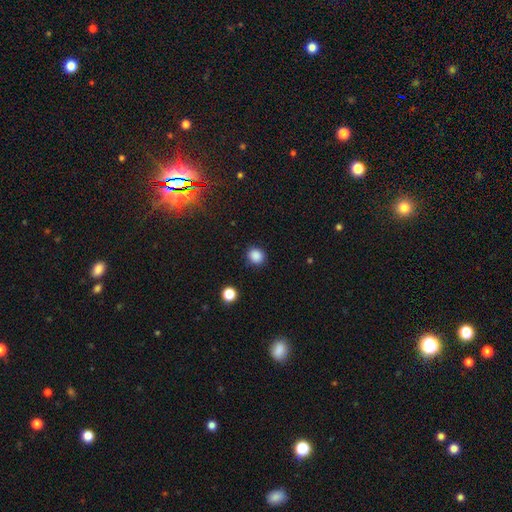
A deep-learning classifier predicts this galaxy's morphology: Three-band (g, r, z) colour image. It shows a smooth galaxy with no disk features (86%) that is round (76%). Merging: none (87%).